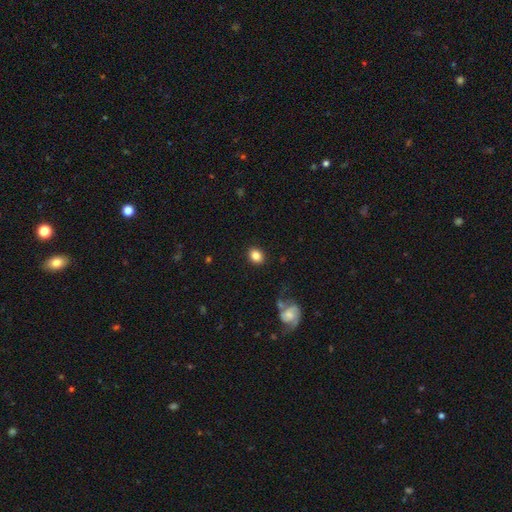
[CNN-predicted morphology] A smooth galaxy with no disk features (85%) that is round (51%). Merging: none (88%).